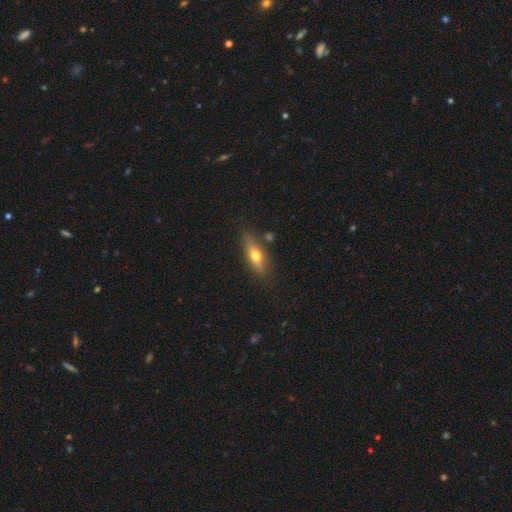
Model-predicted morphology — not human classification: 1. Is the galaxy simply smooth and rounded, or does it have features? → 55% smooth, 38% featured or disk, 7% star or artifact.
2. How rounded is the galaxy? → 51% in between, 45% cigar-shaped, 4% round.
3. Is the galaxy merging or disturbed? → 78% none, 14% minor disturbance, 5% merger, 3% major disturbance.